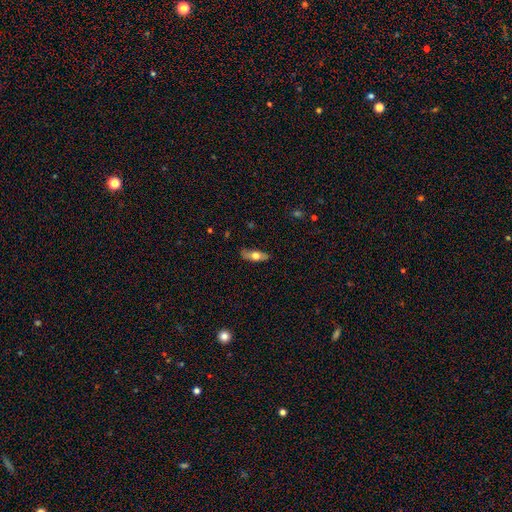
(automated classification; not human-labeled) A smooth galaxy with no disk features (55%) that is in between round and cigar-shaped (62%). Merging: none (82%).